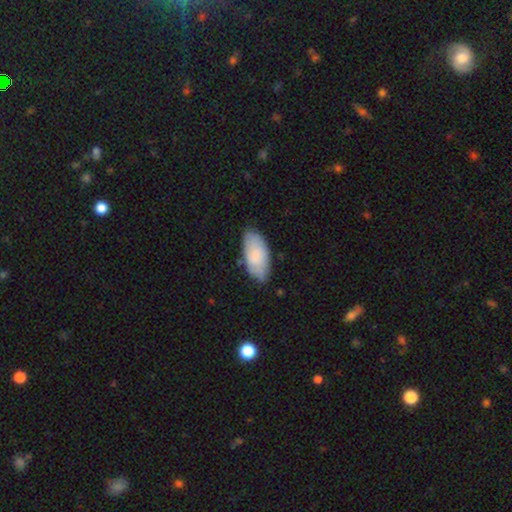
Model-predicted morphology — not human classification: The model was most divided on "merging": none: 73%, minor disturbance: 22%, major disturbance: 4%, merger: 2%. More confident: how rounded — in between (93%); smooth or featured — smooth (82%).